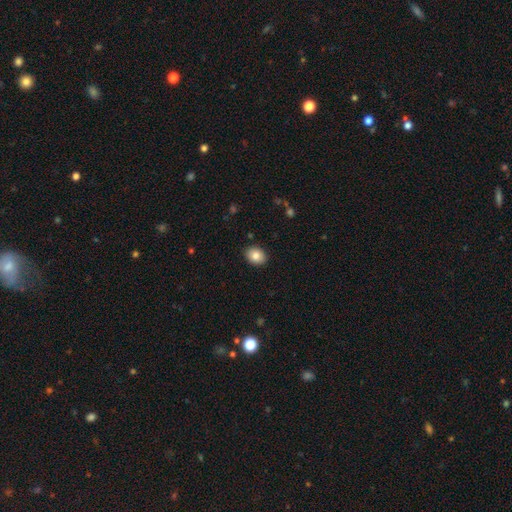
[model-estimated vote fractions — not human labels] A smooth galaxy with no disk features (83%) that is in between round and cigar-shaped (55%).

Vote fractions:
- Smooth or featured? smooth: 83% / featured or disk: 9% / star or artifact: 8%
- How rounded? in between: 55% / round: 44% / cigar-shaped: 1%
- Merging? none: 90% / minor disturbance: 7% / major disturbance: 2% / merger: 1%